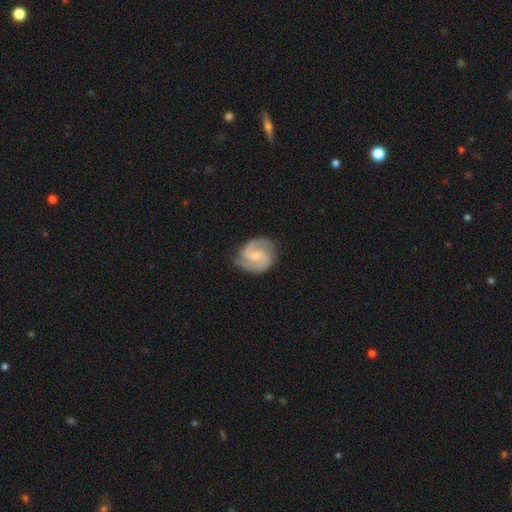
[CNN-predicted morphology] type=featured or disk (88%); edge-on=no (98%); bar=weak (47%); spiral arms=yes (98%); winding=medium (50%); arm count=2 (88%); bulge=small (53%); merging=none (80%).